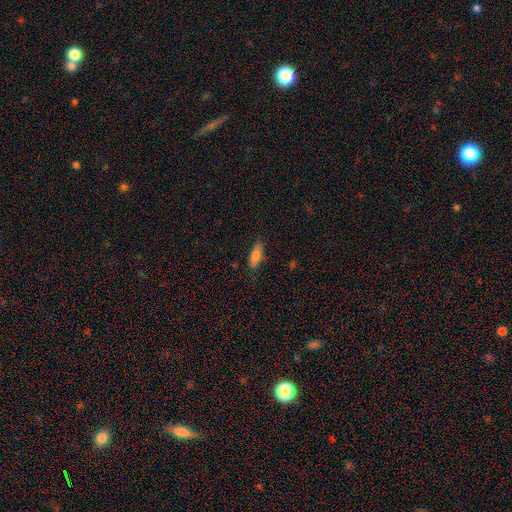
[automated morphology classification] Smooth or featured?
  - smooth: 77% *
  - featured or disk: 16%
  - star or artifact: 7%
How rounded?
  - in between: 63% *
  - cigar-shaped: 35%
  - round: 2%
Merging?
  - none: 83% *
  - minor disturbance: 13%
  - major disturbance: 2%
  - merger: 1%